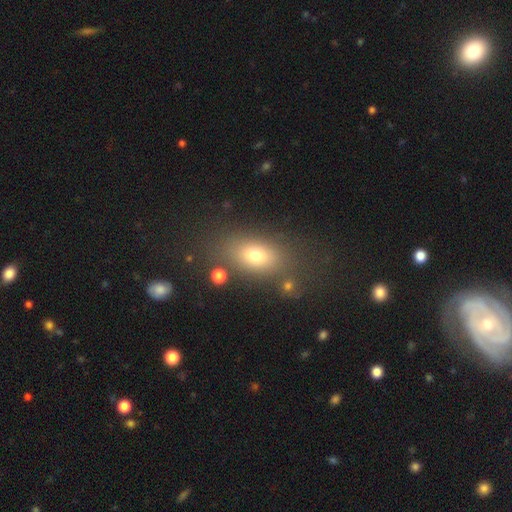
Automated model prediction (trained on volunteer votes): smooth-or-featured: smooth: 73% | featured or disk: 14% | star or artifact: 13%
  how-rounded: in between: 80% | round: 16% | cigar-shaped: 4%
  merging: none: 75% | minor disturbance: 13% | major disturbance: 7% | merger: 5%